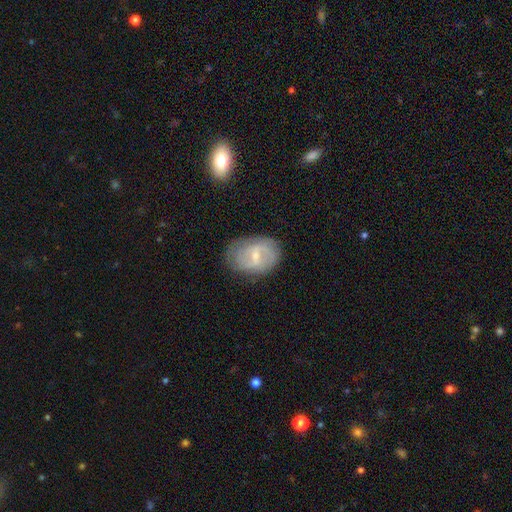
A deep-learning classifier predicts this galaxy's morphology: This appears to be a featured or disk galaxy (63%) with a weak bar (62%), spiral arms (76%) and a small central bulge (58%). Merging: none (71%).